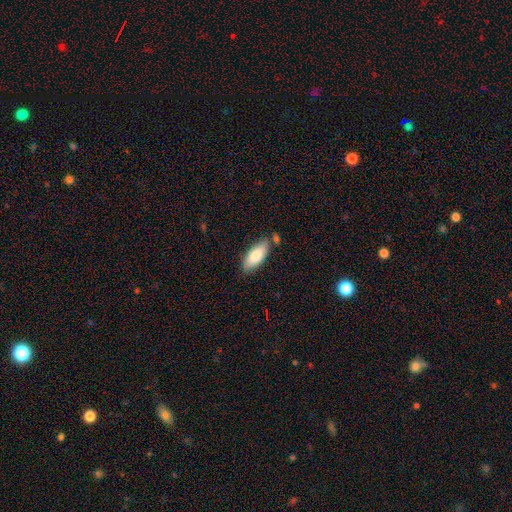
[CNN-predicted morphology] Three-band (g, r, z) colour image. It shows a smooth galaxy with no disk features (81%) that is in between round and cigar-shaped (81%). Merging: none (73%).